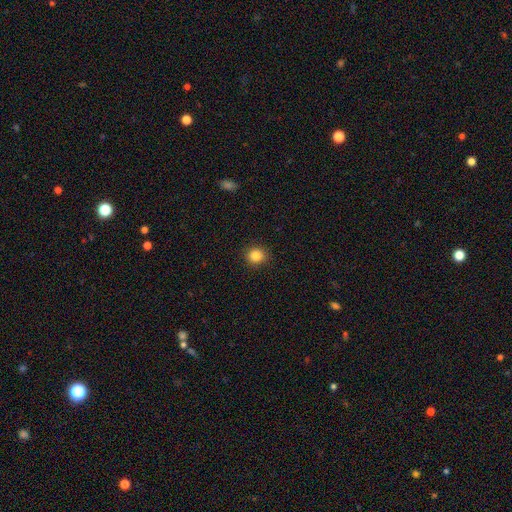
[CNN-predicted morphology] Overall: smooth (84%). How rounded: round (86%). Merging: none (91%).